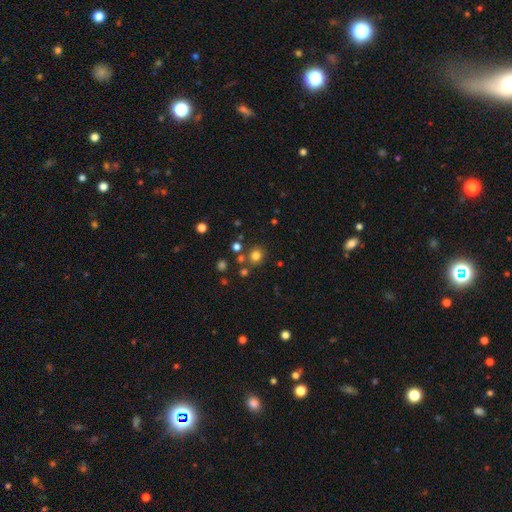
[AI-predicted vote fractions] Overall: smooth (76%). How rounded: round (85%). Merging: none (78%).